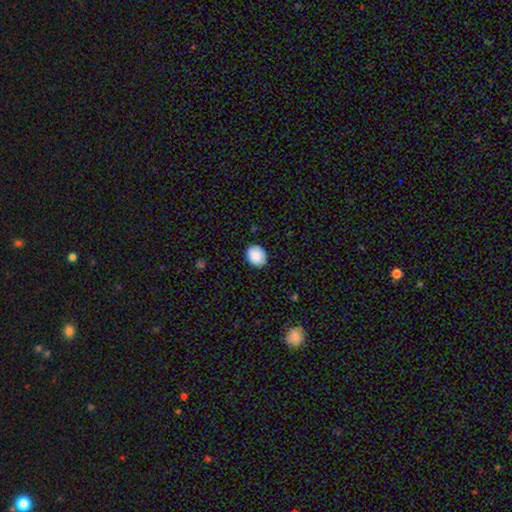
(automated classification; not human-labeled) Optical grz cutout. It shows a smooth galaxy with no disk features (89%) that is in between round and cigar-shaped (55%). Merging: none (88%).